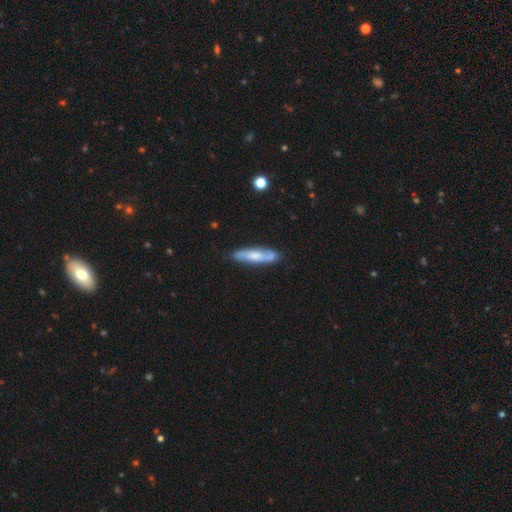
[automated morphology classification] This is possibly a featured or disk galaxy (48%). Merging: clearly none (81%).